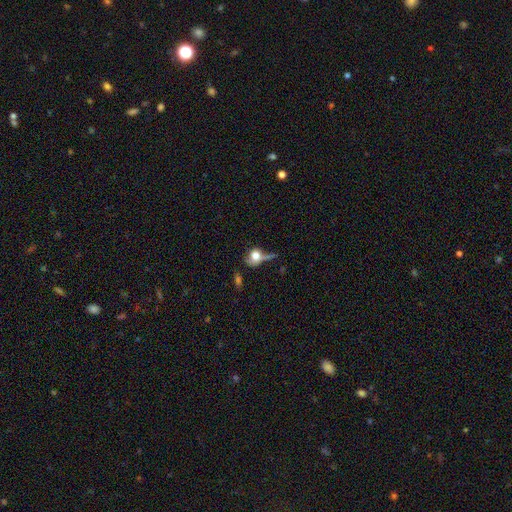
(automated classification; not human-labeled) This is likely a smooth galaxy (65%). How rounded: possibly round (54%). Merging: marginally major disturbance (32%).